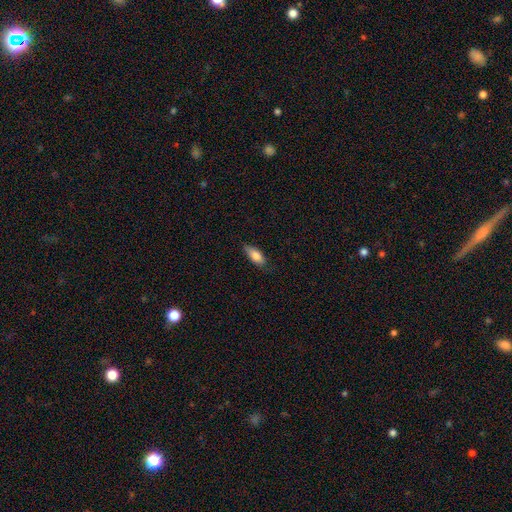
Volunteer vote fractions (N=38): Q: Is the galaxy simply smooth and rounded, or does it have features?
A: smooth — 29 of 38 (76%).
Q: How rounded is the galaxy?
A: in between — 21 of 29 (72%).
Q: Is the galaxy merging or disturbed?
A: none — 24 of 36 (67%).